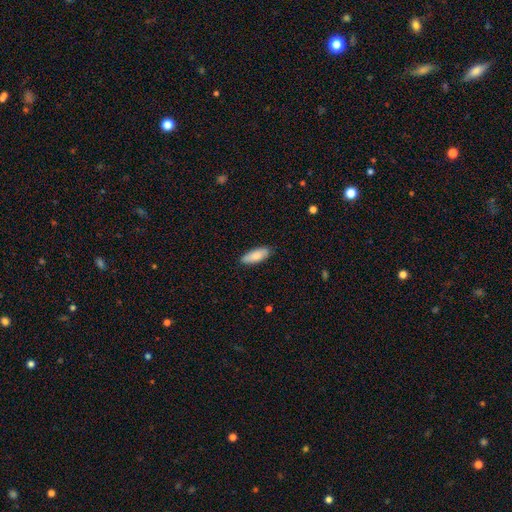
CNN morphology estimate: The model was most divided on "how rounded": in between: 73%, cigar-shaped: 26%, round: 2%. More confident: merging — none (86%); smooth or featured — smooth (84%).